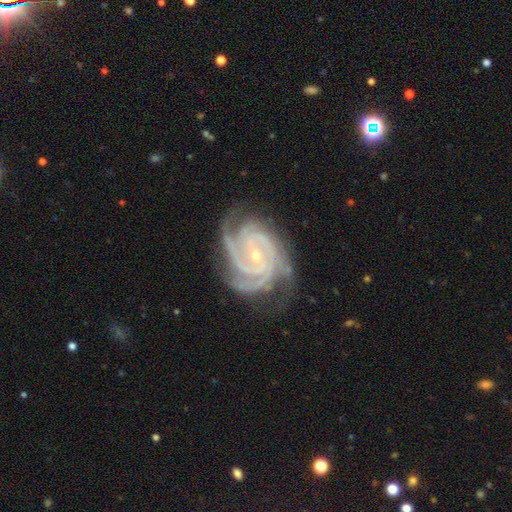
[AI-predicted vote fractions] Smooth or featured? Predicted: featured or disk (p=0.93). Edge-on disk? Predicted: no (p=0.98). Bar? Predicted: no (p=0.61). Spiral arms? Predicted: yes (p=0.99). Spiral winding? Predicted: tight (p=0.73). Spiral arm count? Predicted: 3 (p=0.44). Bulge size? Predicted: small (p=0.75). Merging? Predicted: none (p=0.74).